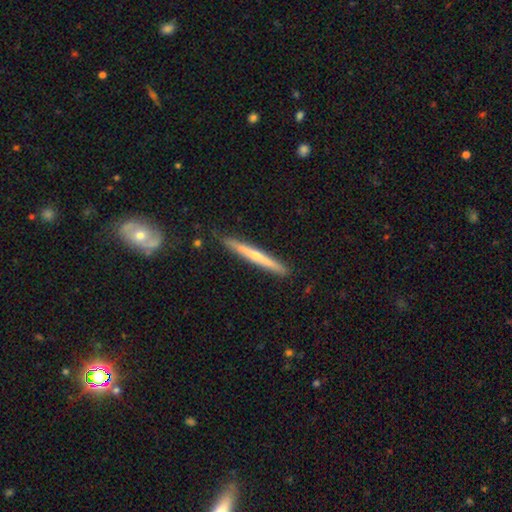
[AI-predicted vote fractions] smooth-or-featured: featured or disk: 52% | smooth: 43% | star or artifact: 5%
  disk-edge-on: yes: 97% | no: 3%
  merging: none: 89% | minor disturbance: 8% | major disturbance: 1% | merger: 1%